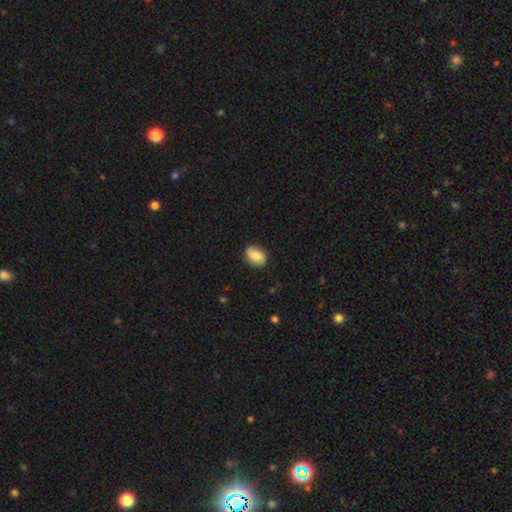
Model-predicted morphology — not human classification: Smooth or featured? smooth (72%)
How rounded? in between (68%)
Merging? none (79%)